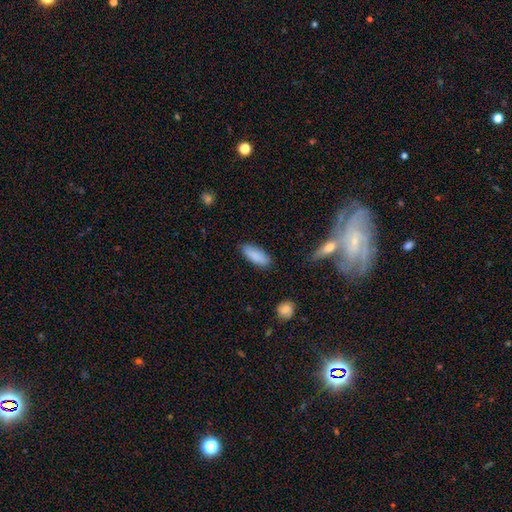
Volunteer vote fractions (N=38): Smooth or featured?
  - smooth: 92% *
  - featured or disk: 8%
  - star or artifact: 0%
How rounded?
  - in between: 83% *
  - cigar-shaped: 14%
  - round: 3%
Merging?
  - none: 82% *
  - minor disturbance: 13%
  - major disturbance: 5%
  - merger: 0%